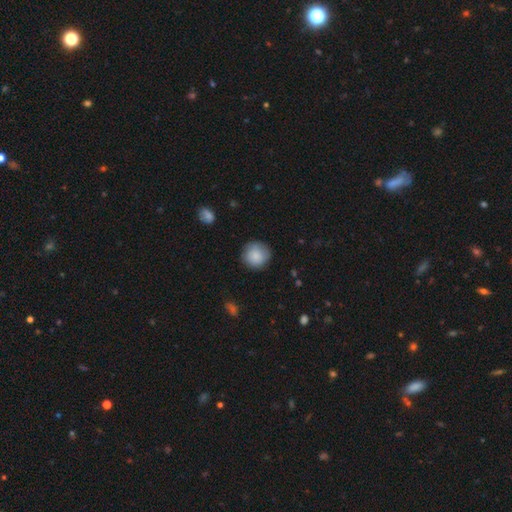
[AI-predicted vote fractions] Smooth or featured: smooth — 86% (star or artifact — 7%)
How rounded: round — 92% (in between — 7%)
Merging: none — 83% (minor disturbance — 13%)